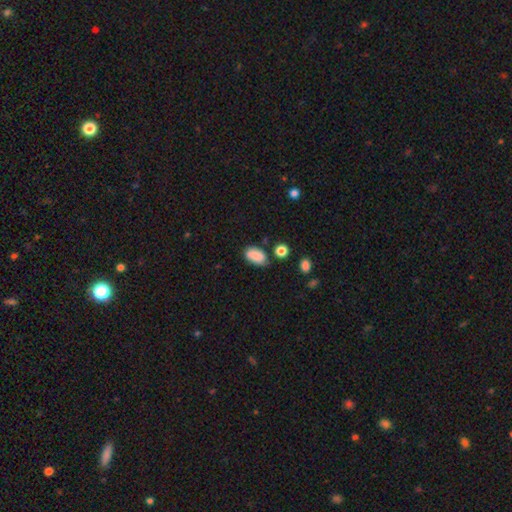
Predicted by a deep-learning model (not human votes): smooth_or_featured: smooth (p=0.85) [alt: star or artifact p=0.09]
how_rounded: in between (p=0.91) [alt: round p=0.06]
merging: none (p=0.66) [alt: minor disturbance p=0.22]